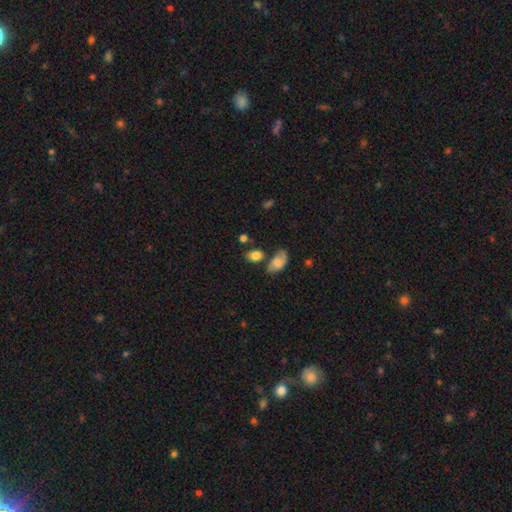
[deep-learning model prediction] A smooth galaxy with no disk features (80%) that is in between round and cigar-shaped (67%). Merging: none (61%).